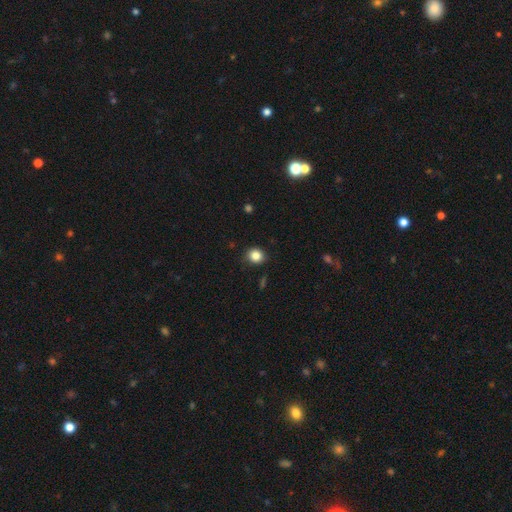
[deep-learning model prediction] smooth_or_featured: smooth (p=0.85) [alt: star or artifact p=0.10]
how_rounded: round (p=0.79) [alt: in between p=0.20]
merging: none (p=0.88) [alt: minor disturbance p=0.09]